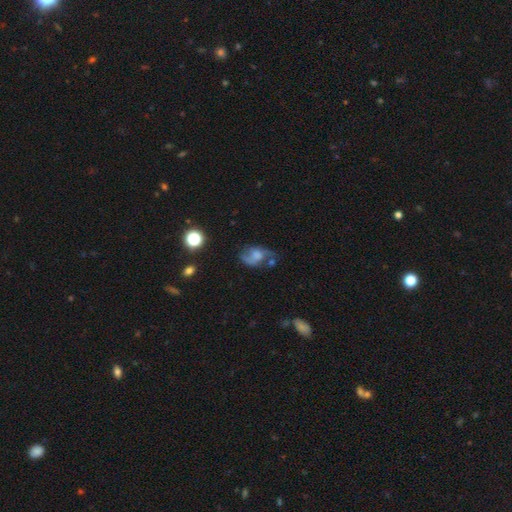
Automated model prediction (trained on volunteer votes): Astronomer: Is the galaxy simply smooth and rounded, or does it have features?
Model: featured or disk — 54% (runner-up: smooth, 33%).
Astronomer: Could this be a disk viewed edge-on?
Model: no — 96%.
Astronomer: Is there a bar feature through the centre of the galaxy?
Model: no — 68%.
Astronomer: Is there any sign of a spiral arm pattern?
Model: yes — 77%.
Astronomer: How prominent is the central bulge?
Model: none — 28%, tied with moderate at 28%.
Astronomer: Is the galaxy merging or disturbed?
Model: none — 40% (runner-up: major disturbance, 26%).